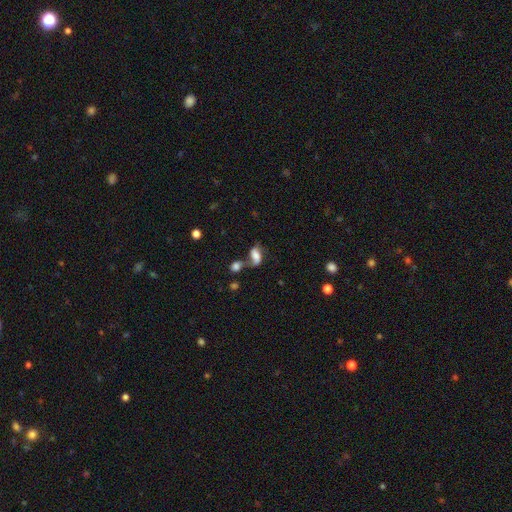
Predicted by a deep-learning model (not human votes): smooth 53%, featured or disk 35%, star or artifact 13%. Down the decision tree: how rounded — in between (85%); merging — merger (40%).